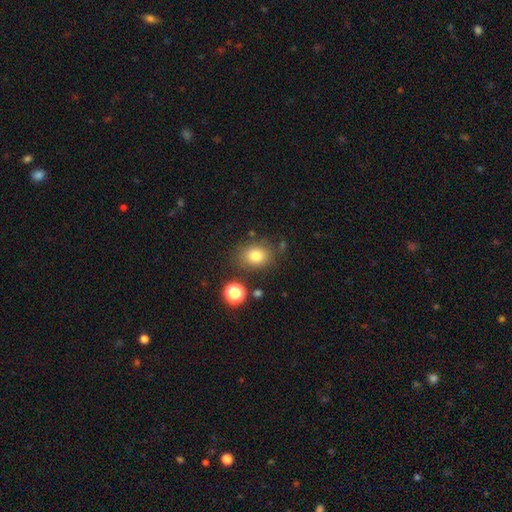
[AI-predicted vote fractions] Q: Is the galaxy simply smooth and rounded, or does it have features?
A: smooth — 80%.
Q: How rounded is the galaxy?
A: in between — 53%.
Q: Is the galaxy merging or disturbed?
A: none — 78%.